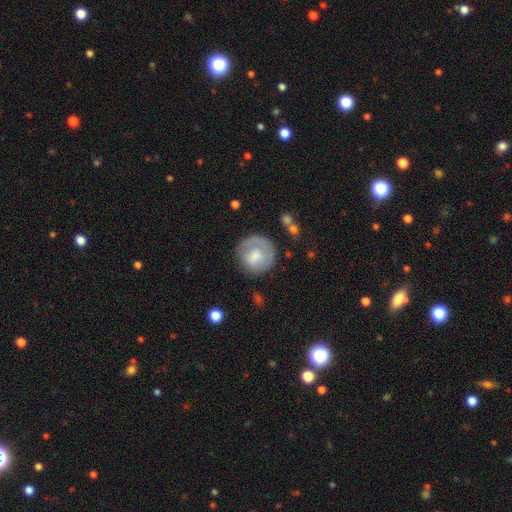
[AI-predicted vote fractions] Morphology: type=smooth (61%); roundness=round (92%); merging=none (70%).